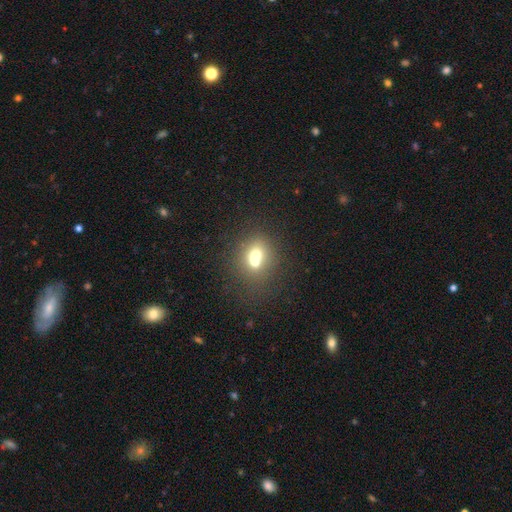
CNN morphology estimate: Smooth or featured: smooth — 65% (featured or disk — 22%)
How rounded: round — 69% (in between — 30%)
Merging: merger — 59% (none — 31%)